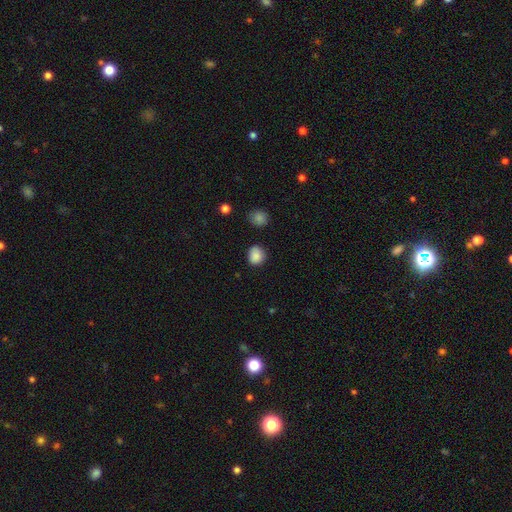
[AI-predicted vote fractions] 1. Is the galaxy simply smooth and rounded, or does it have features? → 87% smooth, 10% star or artifact, 4% featured or disk.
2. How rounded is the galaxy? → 79% round, 20% in between, 1% cigar-shaped.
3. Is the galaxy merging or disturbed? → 81% none, 14% minor disturbance, 3% major disturbance, 2% merger.